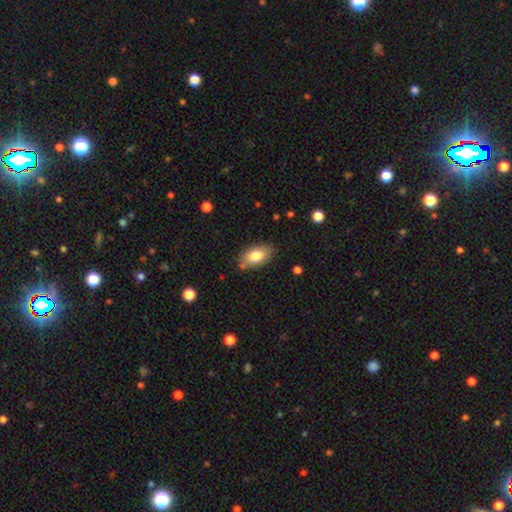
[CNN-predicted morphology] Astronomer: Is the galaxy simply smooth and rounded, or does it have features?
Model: smooth — 78%.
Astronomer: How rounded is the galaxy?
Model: in between — 92%.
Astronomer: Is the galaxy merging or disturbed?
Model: none — 78%.